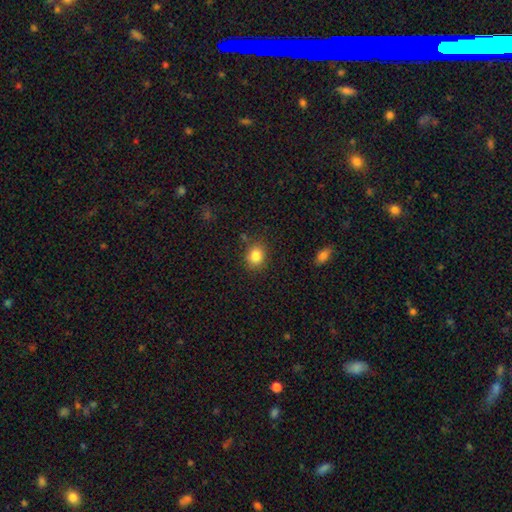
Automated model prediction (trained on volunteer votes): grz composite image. It shows a smooth galaxy with no disk features (85%) that is round (62%). Merging: none (83%).